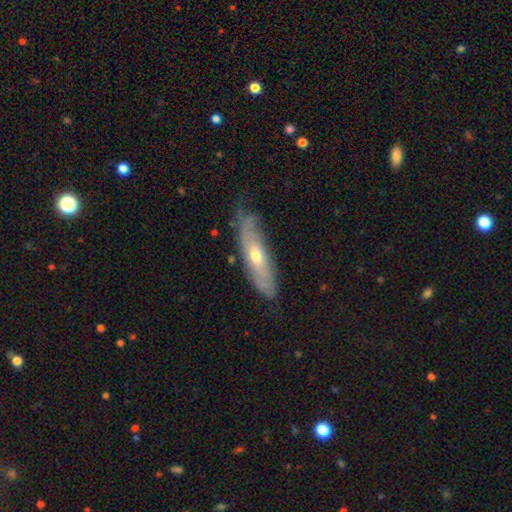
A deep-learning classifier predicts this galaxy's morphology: Smooth or featured?
  - featured or disk: 56% *
  - smooth: 38%
  - star or artifact: 6%
Edge-on disk?
  - no: 59% *
  - yes: 41%
Merging?
  - none: 63% *
  - minor disturbance: 27%
  - major disturbance: 8%
  - merger: 2%